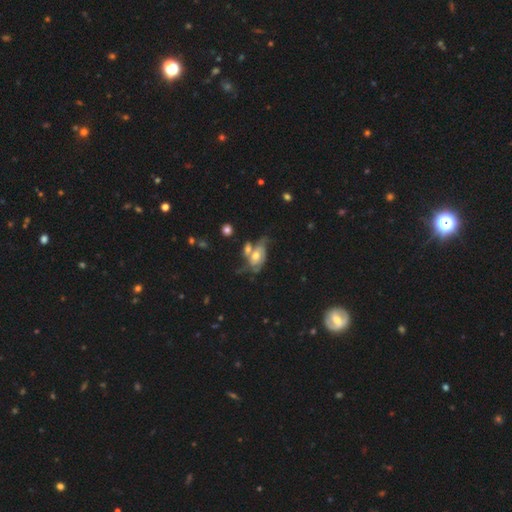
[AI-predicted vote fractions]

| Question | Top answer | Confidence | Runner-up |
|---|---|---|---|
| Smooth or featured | featured or disk | 67% | smooth (25%) |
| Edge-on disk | no | 94% | yes (6%) |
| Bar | no | 67% | weak (26%) |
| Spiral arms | yes | 79% | no (21%) |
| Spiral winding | medium | 40% | tight (32%) |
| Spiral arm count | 2 | 60% | can't tell (21%) |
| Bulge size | moderate | 67% | small (20%) |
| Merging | merger | 33% | none (29%) |